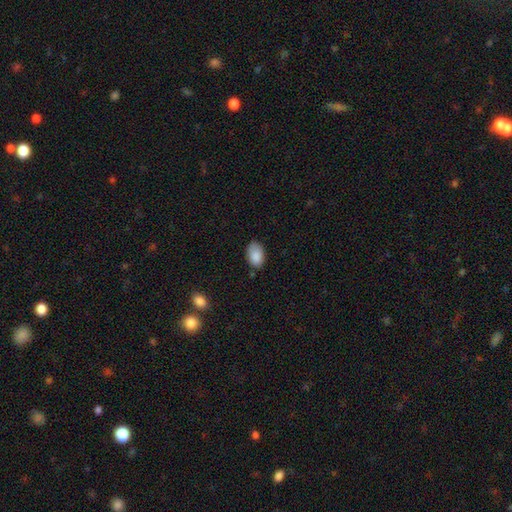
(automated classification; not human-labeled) A smooth galaxy with no disk features (88%) that is in between round and cigar-shaped (91%).

Vote fractions:
- Smooth or featured? smooth: 88% / star or artifact: 8% / featured or disk: 5%
- How rounded? in between: 91% / round: 7% / cigar-shaped: 1%
- Merging? none: 72% / minor disturbance: 22% / major disturbance: 4% / merger: 2%